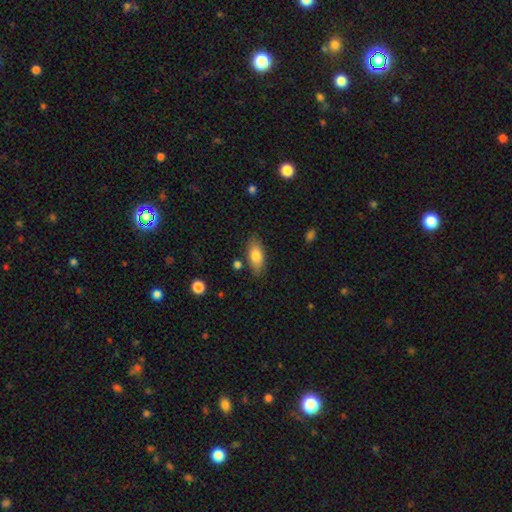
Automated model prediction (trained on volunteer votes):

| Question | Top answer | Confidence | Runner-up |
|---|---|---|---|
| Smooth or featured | smooth | 80% | featured or disk (14%) |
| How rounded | in between | 85% | cigar-shaped (12%) |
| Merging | none | 81% | minor disturbance (13%) |